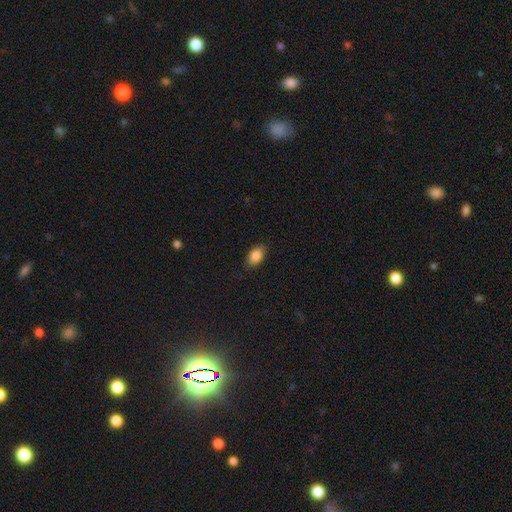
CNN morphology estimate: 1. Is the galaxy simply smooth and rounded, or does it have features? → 87% smooth, 8% star or artifact, 5% featured or disk.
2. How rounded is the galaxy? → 87% in between, 11% round, 2% cigar-shaped.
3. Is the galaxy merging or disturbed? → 85% none, 11% minor disturbance, 3% major disturbance, 1% merger.